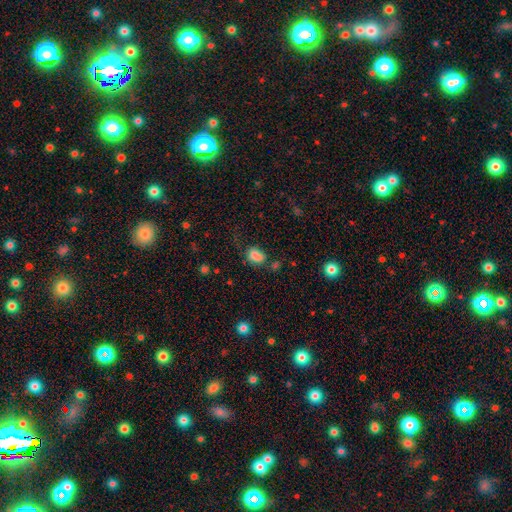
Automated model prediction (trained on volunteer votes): Overall: smooth (82%). How rounded: in between (74%). Merging: none (47%; minor disturbance 29%).